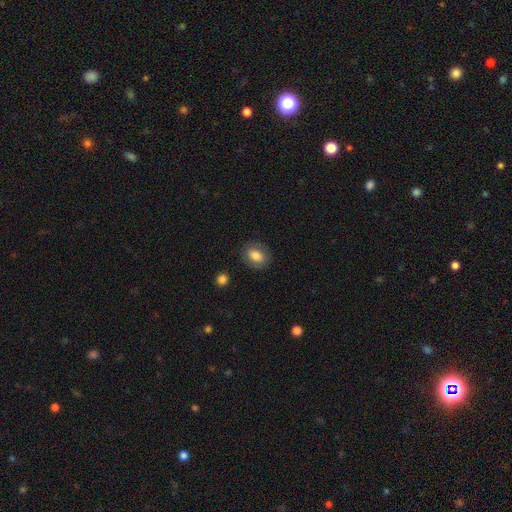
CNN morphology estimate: smooth_or_featured: smooth (p=0.78) [alt: featured or disk p=0.14]
how_rounded: in between (p=0.67) [alt: round p=0.32]
merging: none (p=0.84) [alt: minor disturbance p=0.11]